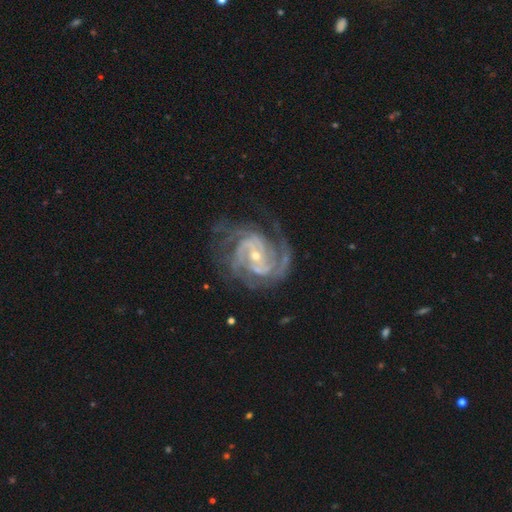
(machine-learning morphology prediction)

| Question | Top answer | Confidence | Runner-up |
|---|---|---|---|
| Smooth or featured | featured or disk | 92% | star or artifact (5%) |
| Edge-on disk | no | 98% | yes (2%) |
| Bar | weak | 42% | no (36%) |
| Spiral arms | yes | 98% | no (2%) |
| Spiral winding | tight | 56% | medium (38%) |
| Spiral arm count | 3 | 28% | 2 (26%) |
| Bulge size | small | 65% | moderate (32%) |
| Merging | none | 69% | minor disturbance (18%) |